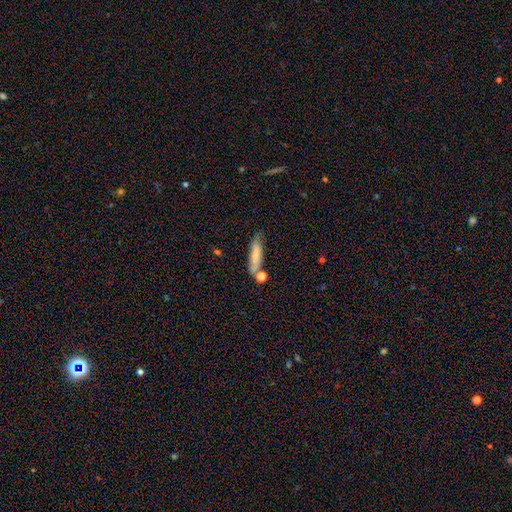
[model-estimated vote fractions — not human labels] Smooth or featured?
  - smooth: 69% *
  - featured or disk: 24%
  - star or artifact: 8%
How rounded?
  - cigar-shaped: 72% *
  - in between: 26%
  - round: 2%
Merging?
  - none: 62% *
  - minor disturbance: 19%
  - merger: 14%
  - major disturbance: 5%